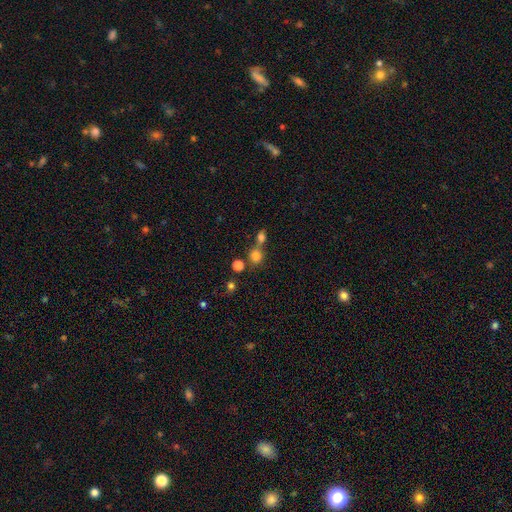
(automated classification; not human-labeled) A smooth galaxy with no disk features (78%) that is round (80%).

Vote fractions:
- Smooth or featured? smooth: 78% / star or artifact: 15% / featured or disk: 7%
- How rounded? round: 80% / in between: 19% / cigar-shaped: 1%
- Merging? none: 52% / merger: 36% / minor disturbance: 8% / major disturbance: 4%